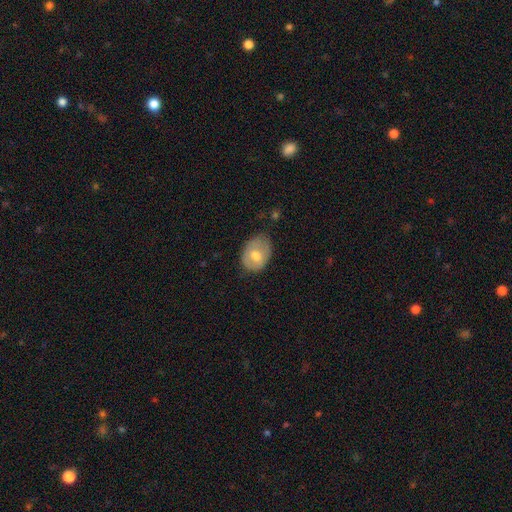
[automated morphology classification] smooth_or_featured: smooth (p=0.63) [alt: featured or disk p=0.30]
how_rounded: in between (p=0.66) [alt: round p=0.33]
merging: none (p=0.58) [alt: minor disturbance p=0.31]